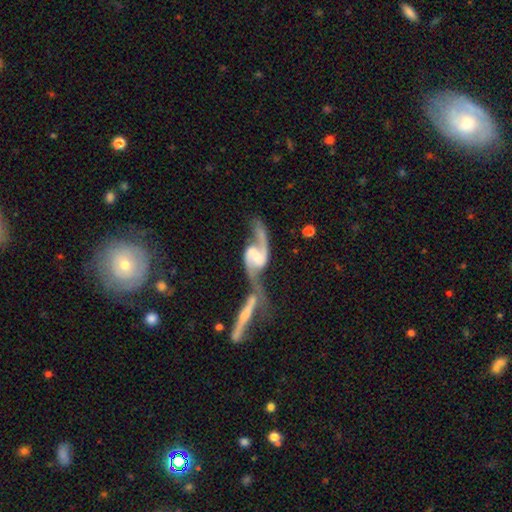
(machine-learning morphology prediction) Smooth or featured? featured or disk (90%)
Edge-on disk? no (96%)
Bar? weak (46%)
Spiral arms? yes (97%)
Spiral winding? loose (63%)
Spiral arm count? 2 (92%)
Bulge size? small (49%)
Merging? merger (59%)